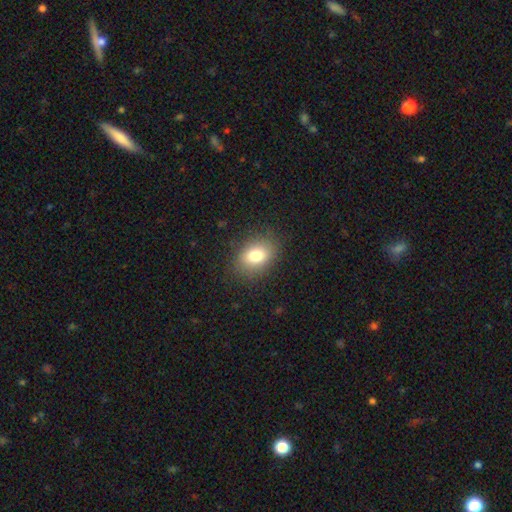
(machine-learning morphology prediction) smooth-or-featured: smooth: 79% | featured or disk: 11% | star or artifact: 10%
  how-rounded: in between: 73% | round: 26% | cigar-shaped: 1%
  merging: none: 84% | minor disturbance: 11% | major disturbance: 4% | merger: 1%